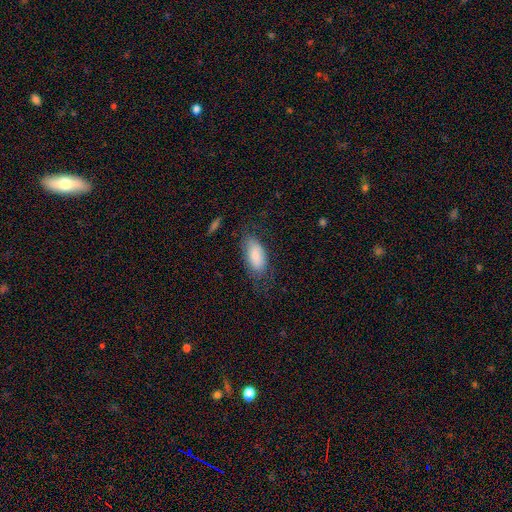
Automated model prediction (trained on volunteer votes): smooth-or-featured: smooth: 81% | featured or disk: 13% | star or artifact: 6%
  how-rounded: in between: 91% | cigar-shaped: 7% | round: 3%
  merging: none: 60% | minor disturbance: 24% | major disturbance: 14% | merger: 2%